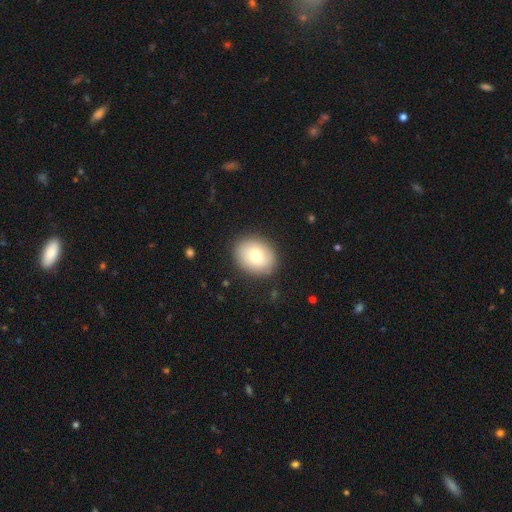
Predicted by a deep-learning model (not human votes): smooth-or-featured: smooth: 71% | featured or disk: 21% | star or artifact: 8%
  how-rounded: round: 54% | in between: 45% | cigar-shaped: 1%
  merging: none: 87% | minor disturbance: 9% | major disturbance: 3% | merger: 1%